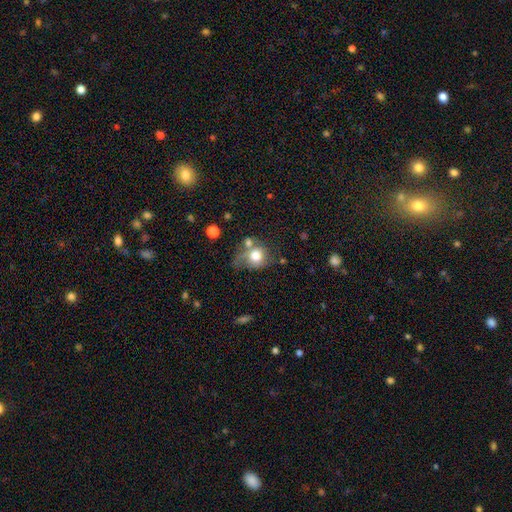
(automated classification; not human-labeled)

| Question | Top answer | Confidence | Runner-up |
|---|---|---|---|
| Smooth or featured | smooth | 71% | featured or disk (20%) |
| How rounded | round | 70% | in between (29%) |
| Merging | none | 37% | minor disturbance (24%) |